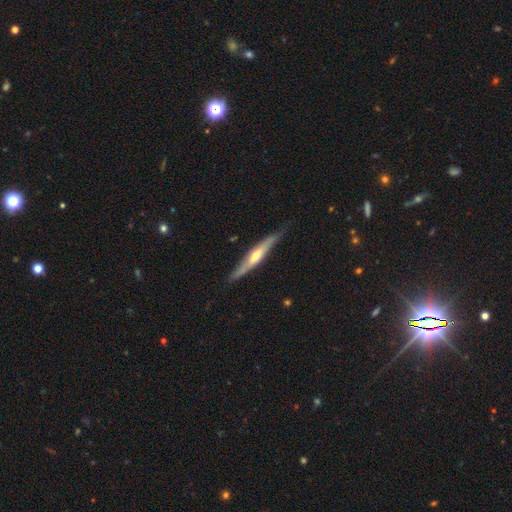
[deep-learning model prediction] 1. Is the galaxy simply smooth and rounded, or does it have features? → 64% featured or disk, 31% smooth, 5% star or artifact.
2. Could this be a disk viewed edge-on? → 91% yes, 9% no.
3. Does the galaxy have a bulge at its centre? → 78% rounded, 14% none, 8% boxy.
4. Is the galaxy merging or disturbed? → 80% none, 15% minor disturbance, 3% major disturbance, 1% merger.